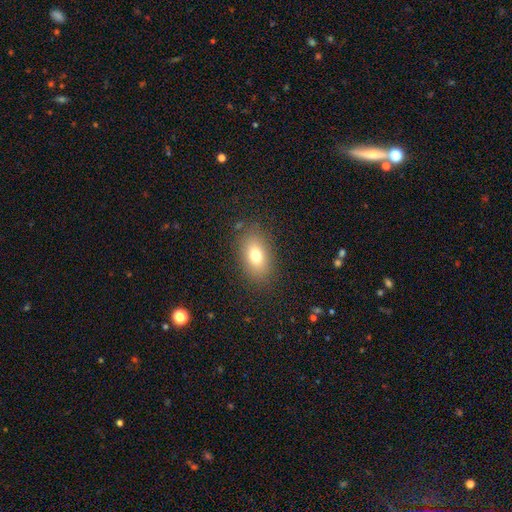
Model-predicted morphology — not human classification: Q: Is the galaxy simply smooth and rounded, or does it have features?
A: smooth — 75%.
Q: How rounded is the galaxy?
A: in between — 86%.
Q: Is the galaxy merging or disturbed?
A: none — 84%.